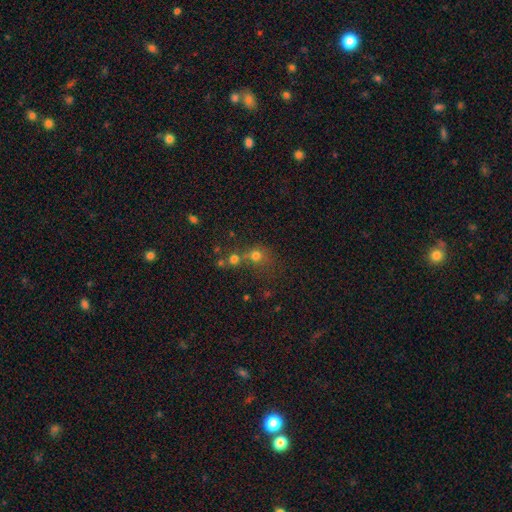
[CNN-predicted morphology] Overall: smooth (67%). How rounded: round (81%). Merging: none (43%; merger 42%).